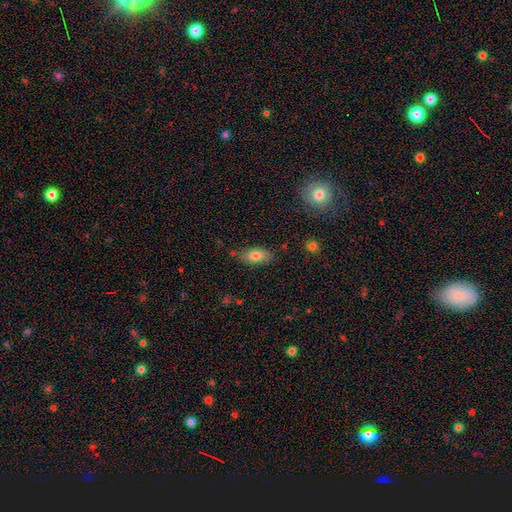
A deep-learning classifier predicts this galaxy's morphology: The model was most divided on "merging": none: 75%, minor disturbance: 18%, major disturbance: 4%, merger: 3%. More confident: how rounded — in between (89%); smooth or featured — smooth (78%).